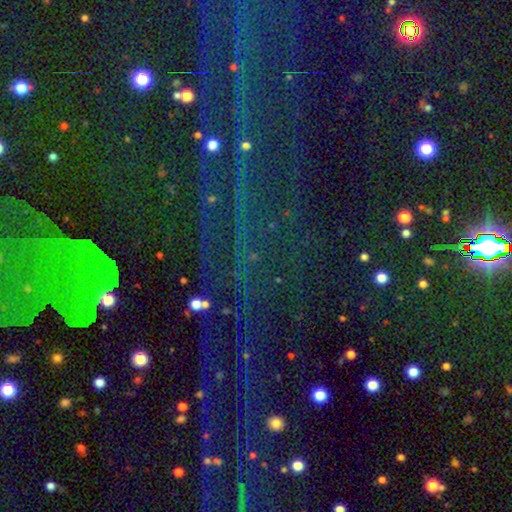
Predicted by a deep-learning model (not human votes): Q: Smooth or featured?
A: star or artifact (85%); runner-up: smooth (8%)